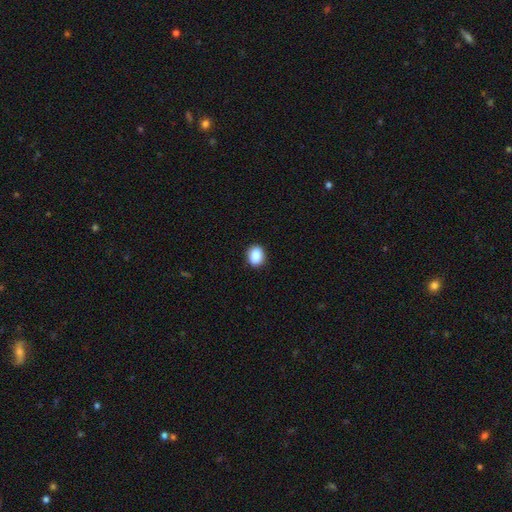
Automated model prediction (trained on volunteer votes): Smooth or featured: smooth — 87% (star or artifact — 8%)
How rounded: in between — 58% (round — 40%)
Merging: none — 88% (minor disturbance — 9%)